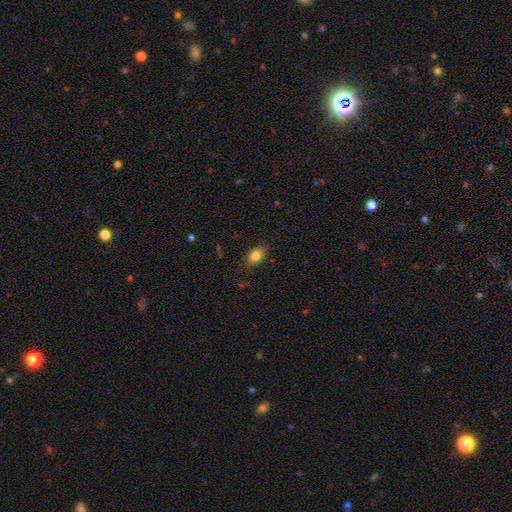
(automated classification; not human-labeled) A smooth galaxy with no disk features (83%) that is in between round and cigar-shaped (84%). Merging: none (83%).